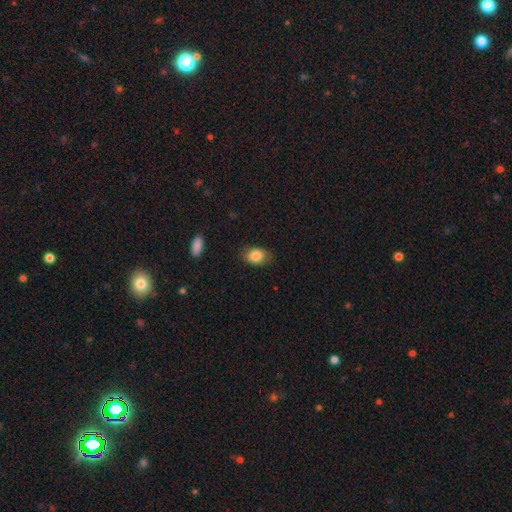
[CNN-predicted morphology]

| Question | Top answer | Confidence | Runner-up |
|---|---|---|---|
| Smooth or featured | smooth | 85% | star or artifact (8%) |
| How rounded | in between | 80% | round (19%) |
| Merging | none | 81% | minor disturbance (15%) |